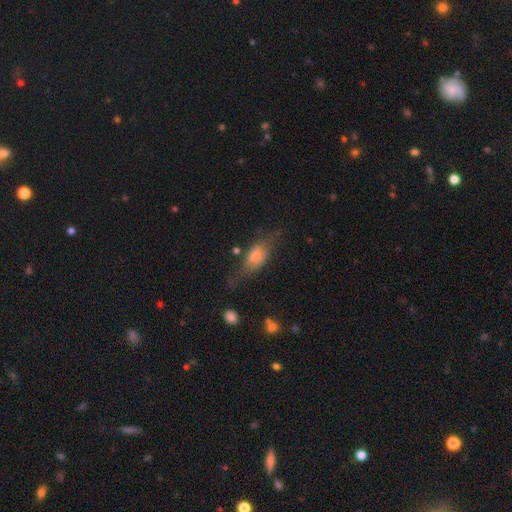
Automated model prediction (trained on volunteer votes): Smooth or featured? smooth (49%)
Merging? none (59%)